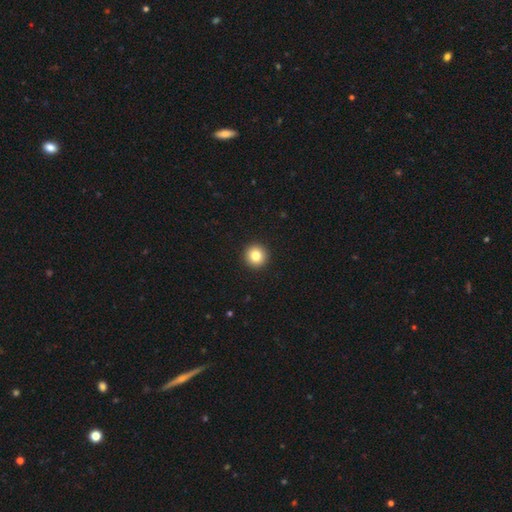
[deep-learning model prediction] A smooth galaxy with no disk features (83%) that is round (96%).

Vote fractions:
- Smooth or featured? smooth: 83% / star or artifact: 10% / featured or disk: 7%
- How rounded? round: 96% / in between: 3% / cigar-shaped: 1%
- Merging? none: 94% / minor disturbance: 3% / major disturbance: 1% / merger: 1%